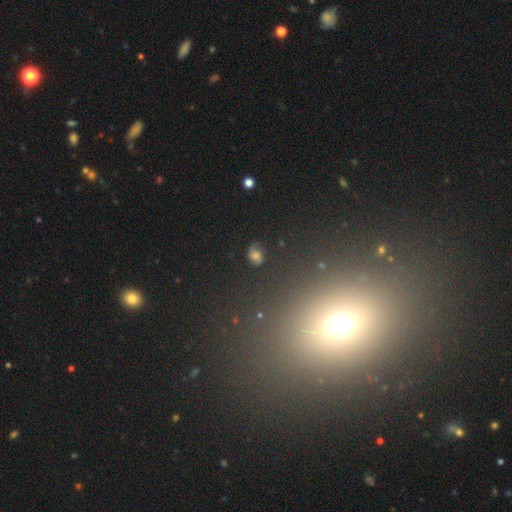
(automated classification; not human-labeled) Q: Smooth or featured?
A: smooth (56%); runner-up: featured or disk (26%)
Q: How rounded?
A: in between (66%); runner-up: round (32%)
Q: Merging?
A: none (62%); runner-up: minor disturbance (22%)